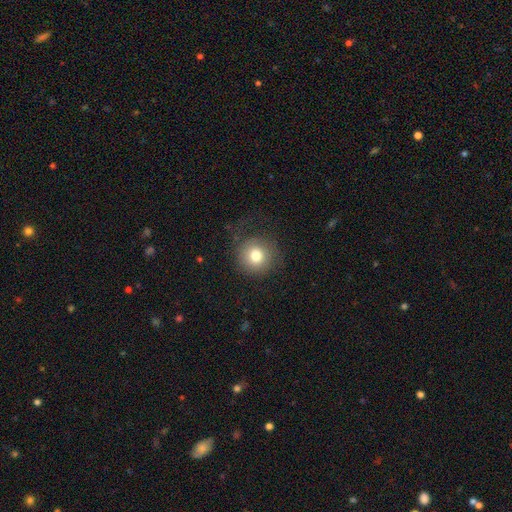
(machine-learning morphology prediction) Q: Smooth or featured?
A: smooth (78%); runner-up: featured or disk (11%)
Q: How rounded?
A: round (93%); runner-up: in between (6%)
Q: Merging?
A: none (76%); runner-up: minor disturbance (13%)